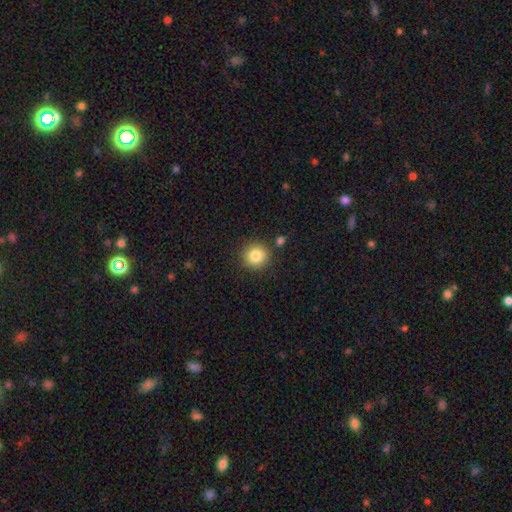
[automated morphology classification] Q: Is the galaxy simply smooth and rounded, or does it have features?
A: smooth — 83%.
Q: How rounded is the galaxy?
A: round — 93%.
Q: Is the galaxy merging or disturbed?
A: none — 86%.